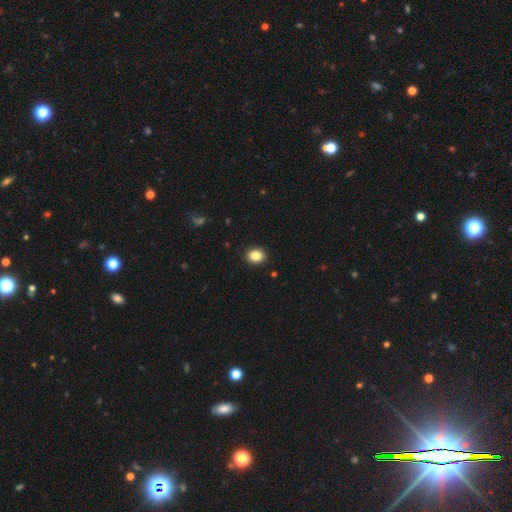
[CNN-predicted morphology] smooth-or-featured: smooth: 85% | star or artifact: 10% | featured or disk: 5%
  how-rounded: round: 54% | in between: 45% | cigar-shaped: 1%
  merging: none: 91% | minor disturbance: 6% | major disturbance: 2% | merger: 1%